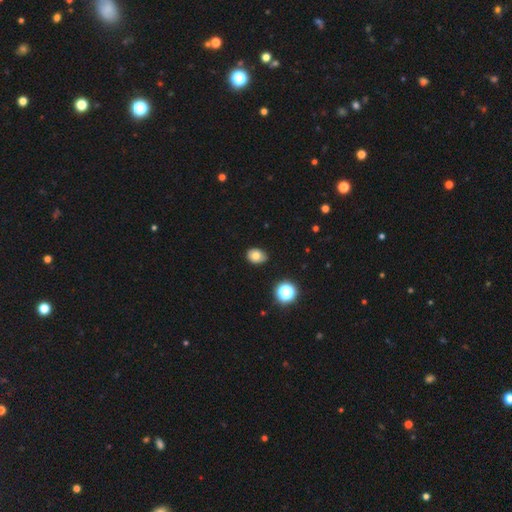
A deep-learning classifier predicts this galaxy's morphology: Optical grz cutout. It shows a smooth galaxy with no disk features (77%) that is in between round and cigar-shaped (62%). Merging: none (79%).